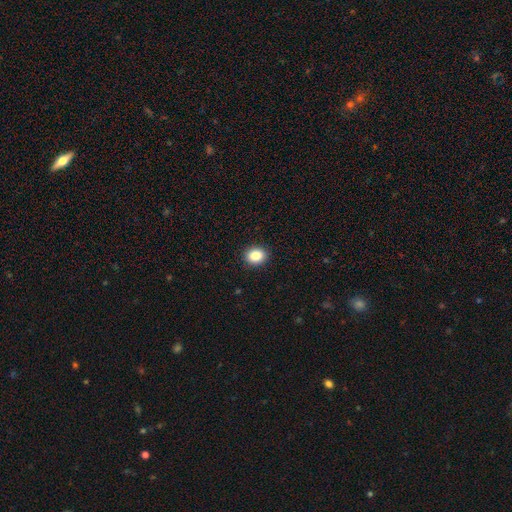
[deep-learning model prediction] A smooth galaxy with no disk features (86%) that is round (53%). Merging: none (91%).